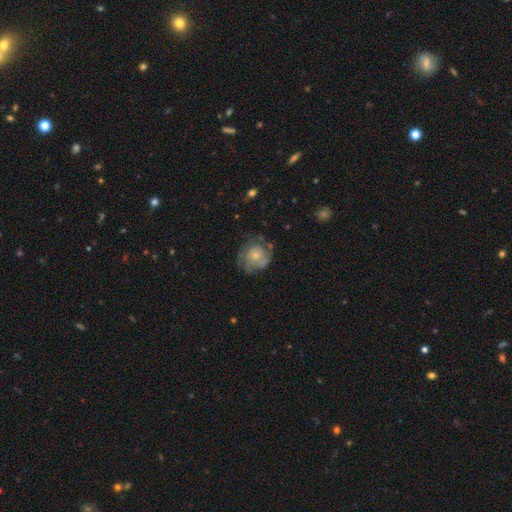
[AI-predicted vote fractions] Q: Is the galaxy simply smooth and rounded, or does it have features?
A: featured or disk — 62%.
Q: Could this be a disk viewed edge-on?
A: no — 98%.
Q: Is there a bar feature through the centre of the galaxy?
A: no — 81%.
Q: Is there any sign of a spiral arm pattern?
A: yes — 81%.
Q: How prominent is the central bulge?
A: small — 55%.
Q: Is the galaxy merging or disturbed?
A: none — 63%.